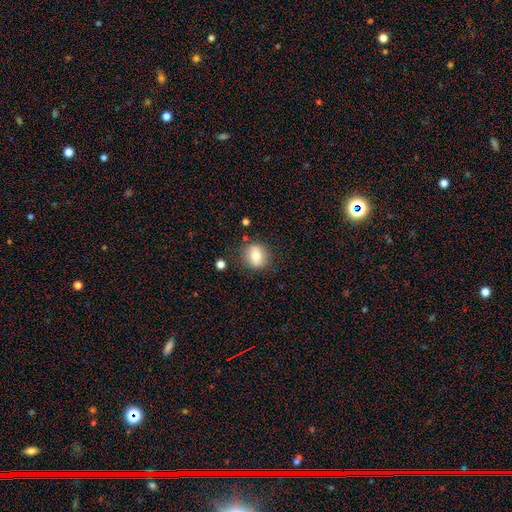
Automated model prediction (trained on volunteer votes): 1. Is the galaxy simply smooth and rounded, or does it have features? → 72% smooth, 19% featured or disk, 9% star or artifact.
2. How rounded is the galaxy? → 74% round, 25% in between, 1% cigar-shaped.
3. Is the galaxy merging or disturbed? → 82% none, 12% minor disturbance, 3% major disturbance, 3% merger.